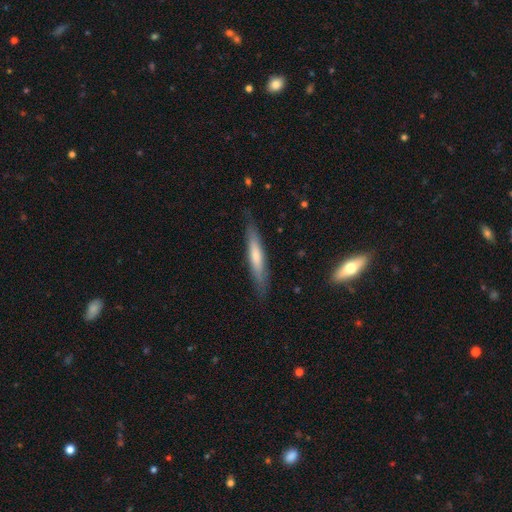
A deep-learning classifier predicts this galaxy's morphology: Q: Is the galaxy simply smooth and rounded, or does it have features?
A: smooth — 55%.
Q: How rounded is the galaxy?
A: cigar-shaped — 91%.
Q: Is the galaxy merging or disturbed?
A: none — 83%.